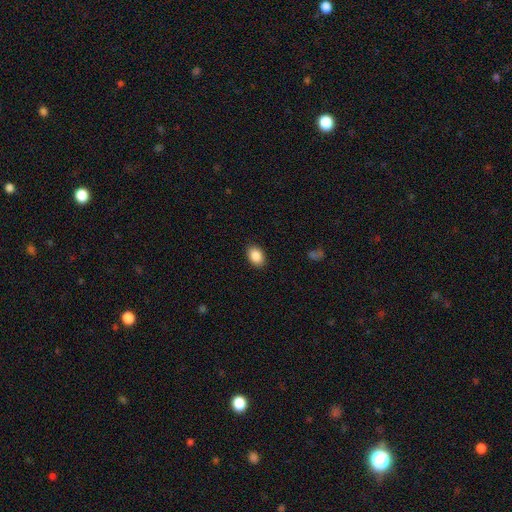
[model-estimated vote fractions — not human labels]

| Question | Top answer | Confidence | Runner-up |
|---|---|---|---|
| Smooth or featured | smooth | 89% | star or artifact (7%) |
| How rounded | in between | 82% | round (17%) |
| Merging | none | 89% | minor disturbance (8%) |